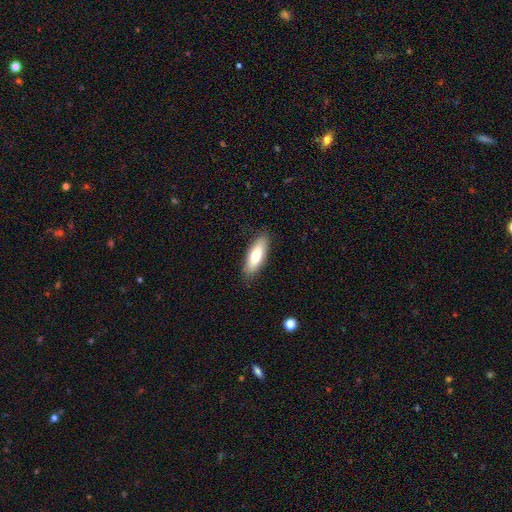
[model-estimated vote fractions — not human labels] This is likely a smooth galaxy (72%). How rounded: likely in between (61%). Merging: clearly none (86%).